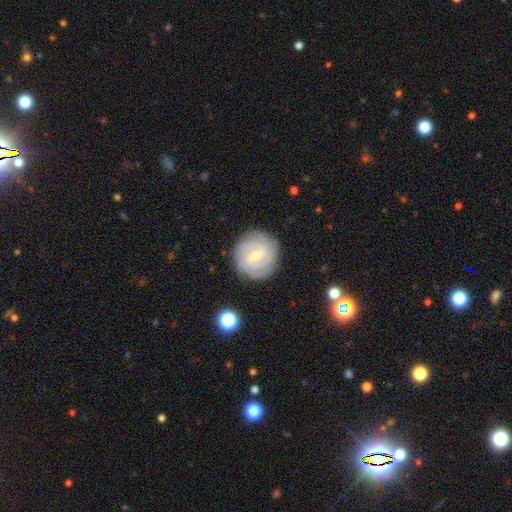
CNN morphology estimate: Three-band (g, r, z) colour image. It shows a featured or disk galaxy (85%) with a weak bar (60%), 2 (36%) tight (74%) spiral arms (97%) and a small central bulge (64%). Merging: none (84%).